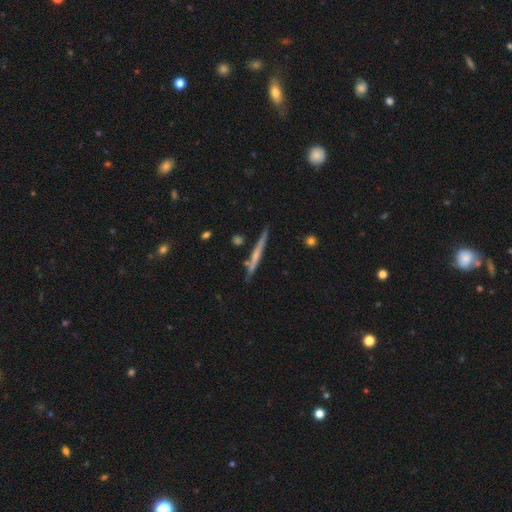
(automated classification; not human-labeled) smooth-or-featured: featured or disk: 56% | smooth: 38% | star or artifact: 6%
  disk-edge-on: yes: 96% | no: 4%
    edge-on-bulge: none: 62% | rounded: 30% | boxy: 8%
  merging: none: 82% | minor disturbance: 11% | merger: 4% | major disturbance: 2%